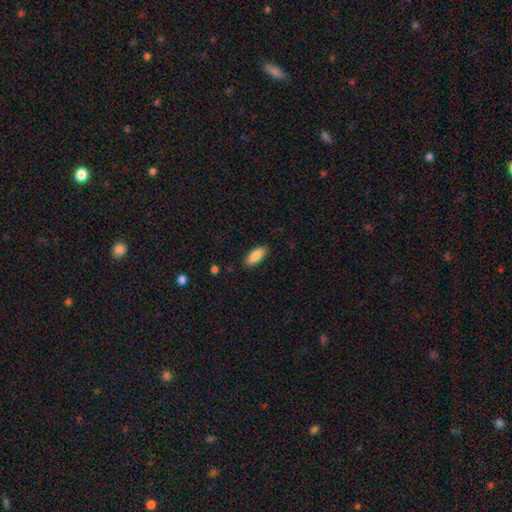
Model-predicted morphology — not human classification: Smooth or featured: smooth — 86% (featured or disk — 7%)
How rounded: in between — 83% (cigar-shaped — 15%)
Merging: none — 87% (minor disturbance — 10%)